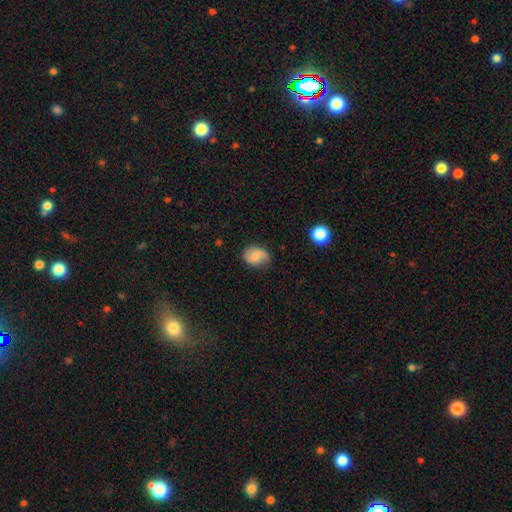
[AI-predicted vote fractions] This appears to be a smooth galaxy with no disk features (58%) that is in between round and cigar-shaped (62%). Merging: none (65%).